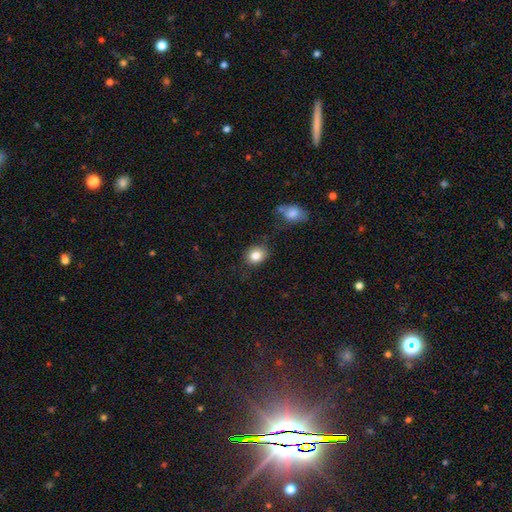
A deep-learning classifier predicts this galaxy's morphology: smooth_or_featured: smooth (p=0.83) [alt: star or artifact p=0.10]
how_rounded: round (p=0.60) [alt: in between p=0.39]
merging: none (p=0.78) [alt: minor disturbance p=0.14]